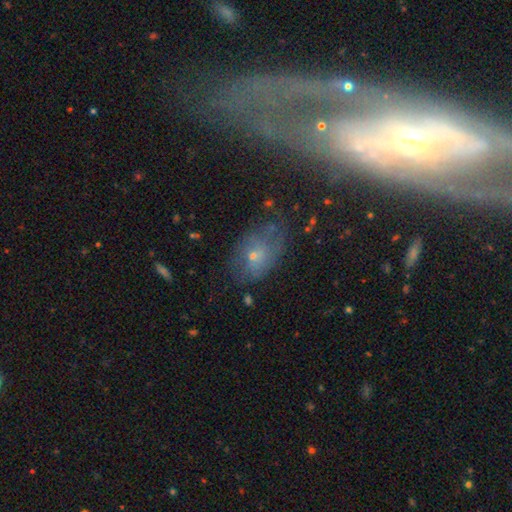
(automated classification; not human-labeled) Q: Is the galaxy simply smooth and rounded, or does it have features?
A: smooth — 51%.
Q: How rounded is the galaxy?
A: in between — 79%.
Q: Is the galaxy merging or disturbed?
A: none — 47%.